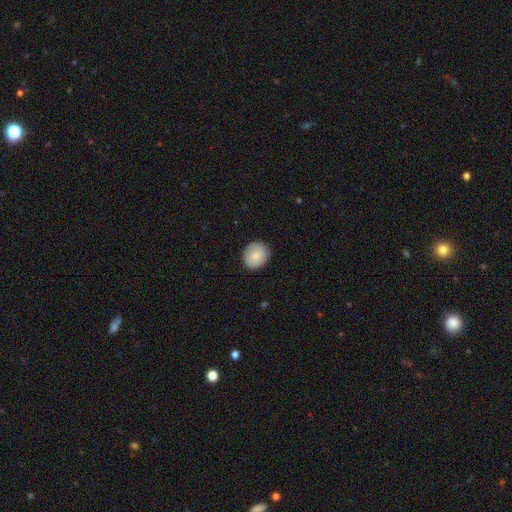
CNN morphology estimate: Overall: smooth (85%). How rounded: round (78%). Merging: none (88%).